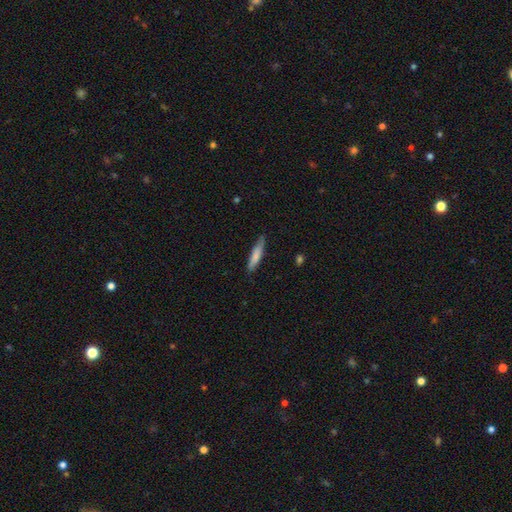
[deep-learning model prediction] Smooth or featured? Predicted: smooth (p=0.76). How rounded? Predicted: cigar-shaped (p=0.86). Merging? Predicted: none (p=0.79).